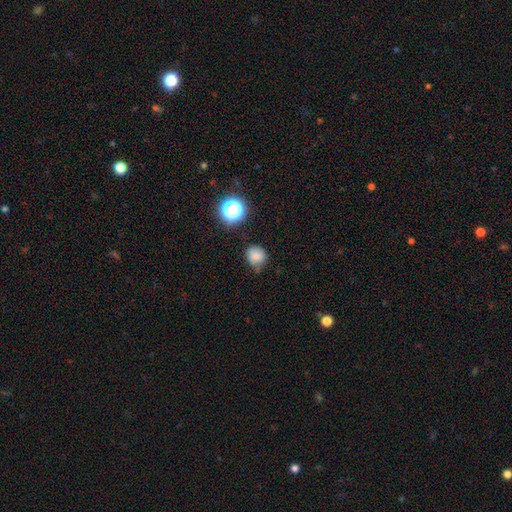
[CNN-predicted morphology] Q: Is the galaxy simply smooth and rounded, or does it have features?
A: smooth — 79%.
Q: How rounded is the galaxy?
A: round — 84%.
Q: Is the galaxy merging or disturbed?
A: none — 70%.